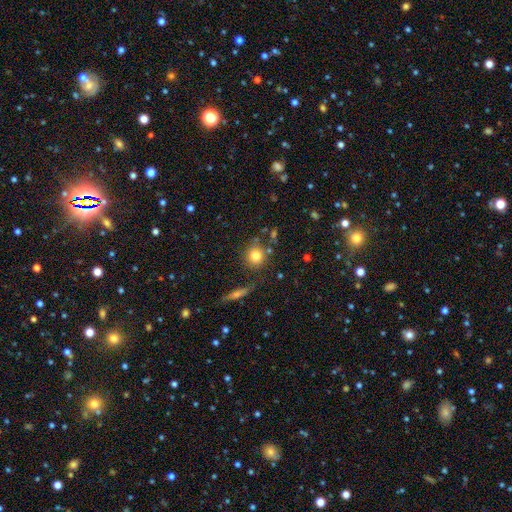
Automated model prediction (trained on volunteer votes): Smooth or featured? Predicted: smooth (p=0.80). How rounded? Predicted: round (p=0.89). Merging? Predicted: none (p=0.77).